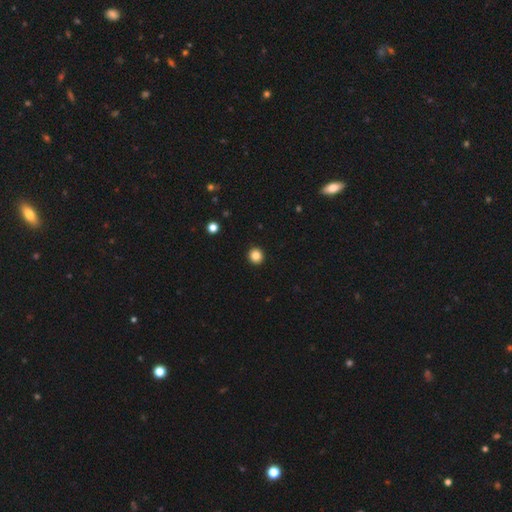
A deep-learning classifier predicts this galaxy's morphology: Overall: smooth (85%). How rounded: round (93%). Merging: none (94%).